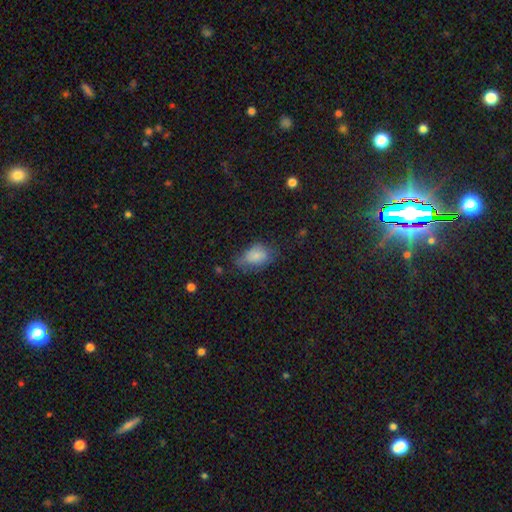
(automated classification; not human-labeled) smooth-or-featured: smooth: 77% | featured or disk: 14% | star or artifact: 9%
  how-rounded: in between: 83% | round: 15% | cigar-shaped: 2%
  merging: none: 44% | minor disturbance: 36% | major disturbance: 18% | merger: 3%